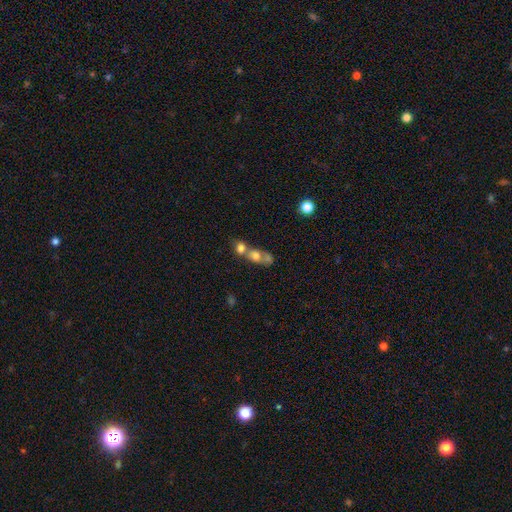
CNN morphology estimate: smooth-or-featured: smooth: 66% | featured or disk: 22% | star or artifact: 12%
  how-rounded: in between: 53% | round: 42% | cigar-shaped: 5%
  merging: merger: 70% | none: 17% | minor disturbance: 6% | major disturbance: 6%